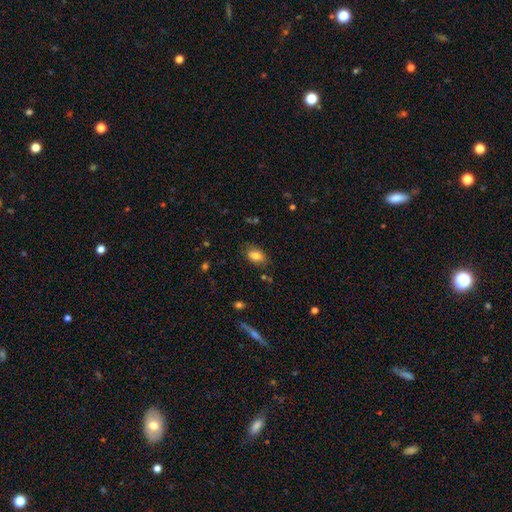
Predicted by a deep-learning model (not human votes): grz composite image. It shows a smooth galaxy with no disk features (79%) that is in between round and cigar-shaped (86%). Merging: none (76%).